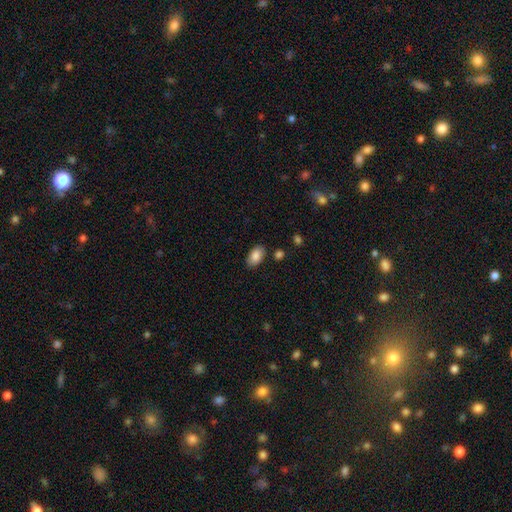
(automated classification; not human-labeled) A smooth galaxy with no disk features (85%) that is in between round and cigar-shaped (93%). Merging: none (84%).